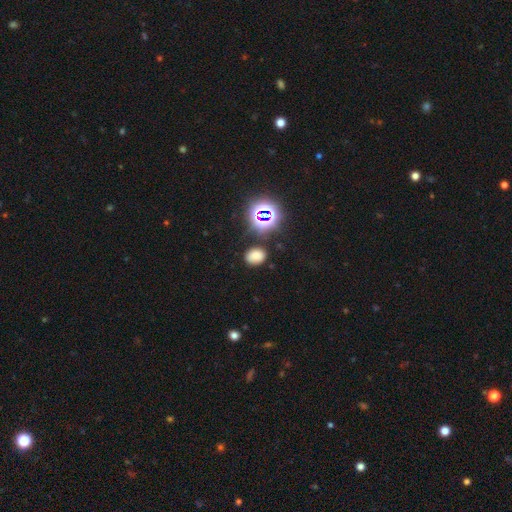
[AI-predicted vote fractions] Overall: smooth (71%). How rounded: in between (63%; round 36%). Merging: none (80%).